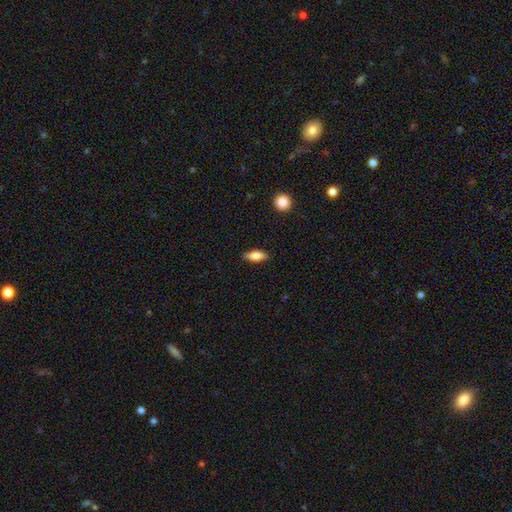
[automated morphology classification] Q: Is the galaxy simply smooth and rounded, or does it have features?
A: smooth — 72%.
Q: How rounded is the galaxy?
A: in between — 68%.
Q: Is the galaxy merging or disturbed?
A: none — 87%.